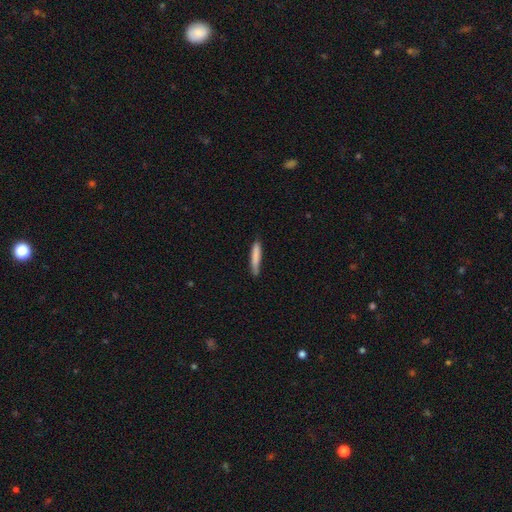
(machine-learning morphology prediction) type=smooth (82%); roundness=cigar-shaped (92%); merging=none (80%).